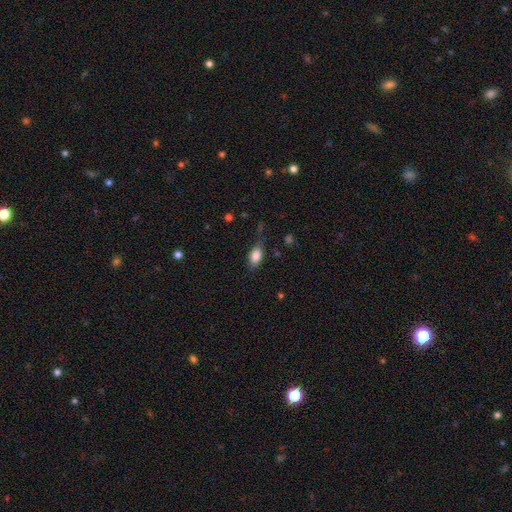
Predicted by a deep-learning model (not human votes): Smooth or featured?
  - smooth: 83% *
  - featured or disk: 9%
  - star or artifact: 8%
How rounded?
  - in between: 88% *
  - round: 7%
  - cigar-shaped: 5%
Merging?
  - none: 62% *
  - minor disturbance: 25%
  - major disturbance: 11%
  - merger: 3%